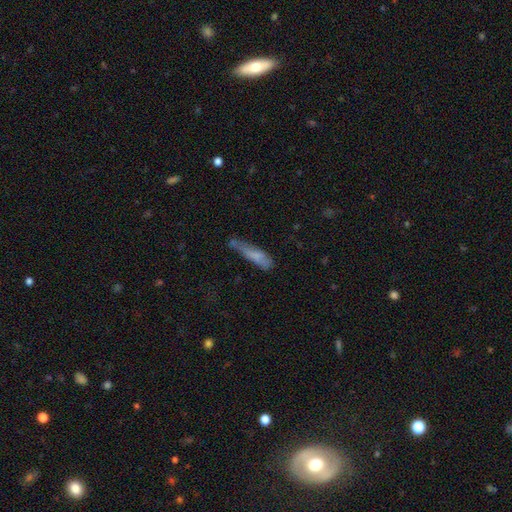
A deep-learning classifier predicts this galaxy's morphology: This appears to be a smooth galaxy with no disk features (69%) that is cigar-shaped (78%). Merging: none (42%).